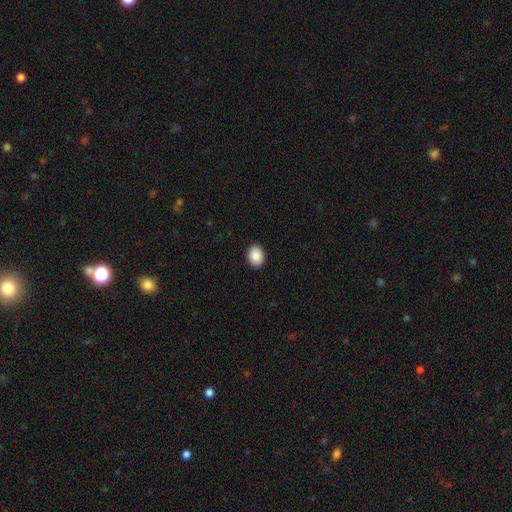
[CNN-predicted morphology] Smooth or featured?
  - smooth: 90% *
  - star or artifact: 7%
  - featured or disk: 3%
How rounded?
  - in between: 65% *
  - round: 34%
  - cigar-shaped: 1%
Merging?
  - none: 91% *
  - minor disturbance: 7%
  - major disturbance: 2%
  - merger: 1%